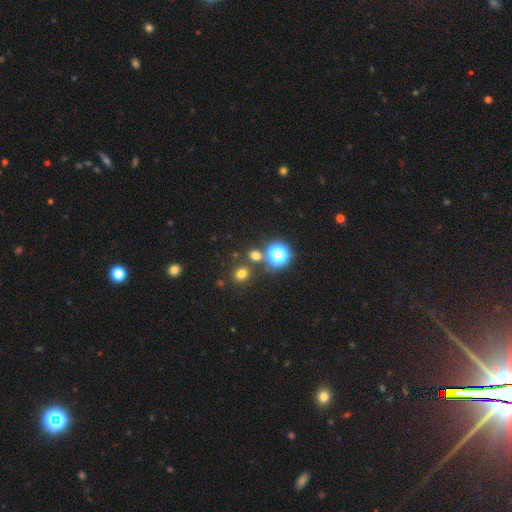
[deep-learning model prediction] smooth 66%, star or artifact 28%, featured or disk 6%. Down the decision tree: how rounded — round (80%); merging — none (79%).